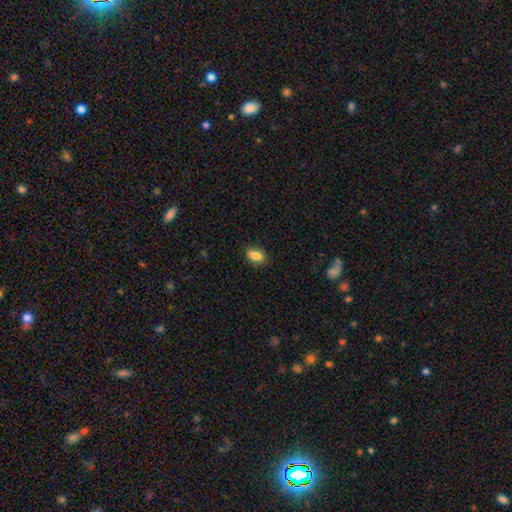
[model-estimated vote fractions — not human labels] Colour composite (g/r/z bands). It shows a smooth galaxy with no disk features (84%) that is in between round and cigar-shaped (86%). Merging: none (84%).